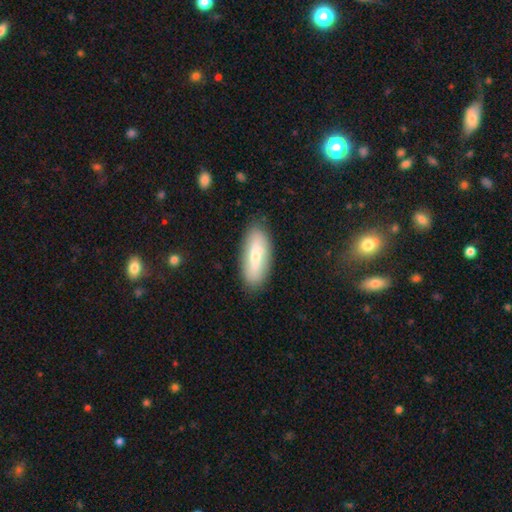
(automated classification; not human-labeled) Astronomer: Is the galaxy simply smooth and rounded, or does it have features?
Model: smooth — 61%.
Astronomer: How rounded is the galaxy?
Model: in between — 70%.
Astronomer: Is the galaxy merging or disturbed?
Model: none — 85%.